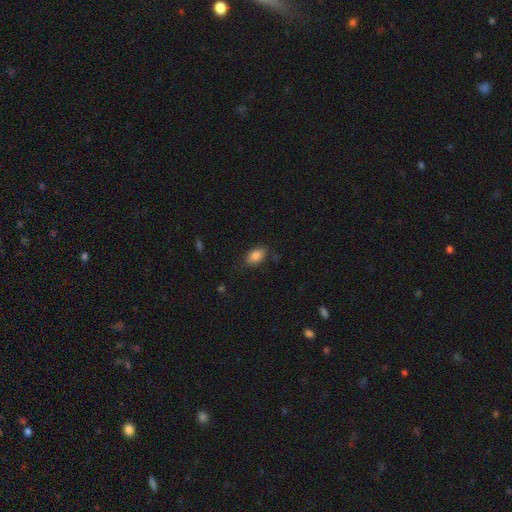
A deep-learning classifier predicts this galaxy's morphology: smooth_or_featured: smooth (p=0.85) [alt: star or artifact p=0.08]
how_rounded: in between (p=0.90) [alt: round p=0.07]
merging: none (p=0.80) [alt: minor disturbance p=0.15]